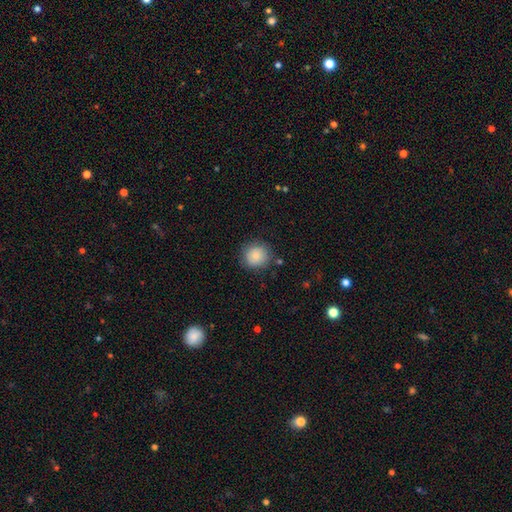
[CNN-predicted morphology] This appears to be a smooth galaxy with no disk features (86%) that is round (89%). Merging: none (84%).